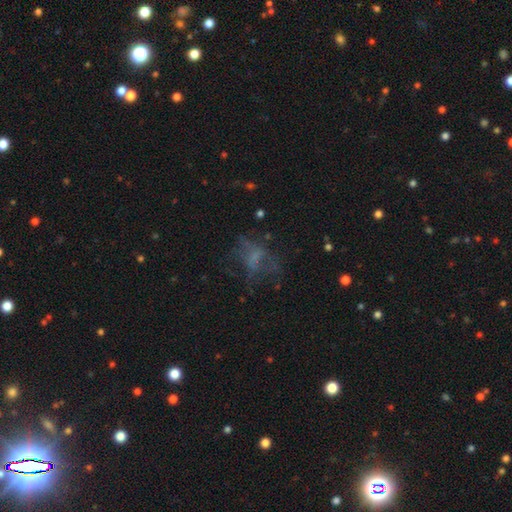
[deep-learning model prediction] smooth-or-featured: featured or disk: 39% | smooth: 34% | star or artifact: 26%
  merging: none: 48% | major disturbance: 31% | minor disturbance: 18% | merger: 3%